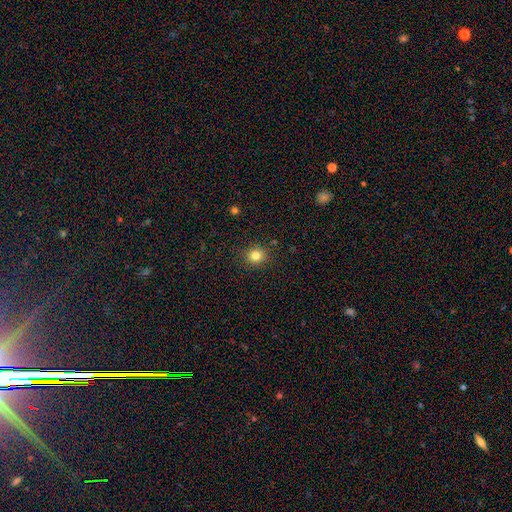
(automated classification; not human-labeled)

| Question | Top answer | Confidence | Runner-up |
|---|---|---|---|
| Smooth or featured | smooth | 81% | star or artifact (13%) |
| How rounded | round | 84% | in between (15%) |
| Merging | none | 89% | minor disturbance (7%) |